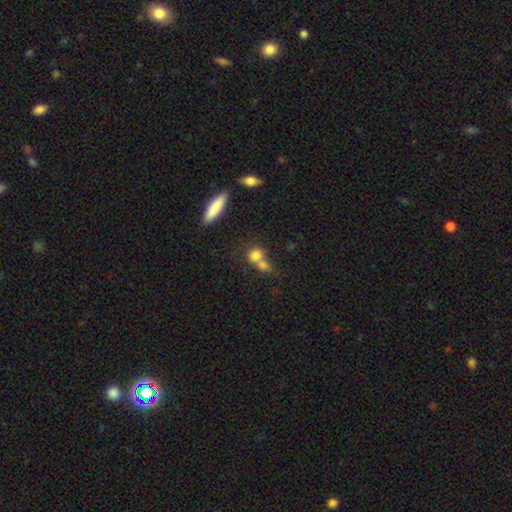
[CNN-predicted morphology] smooth-or-featured: smooth: 77% | featured or disk: 12% | star or artifact: 11%
  how-rounded: round: 67% | in between: 29% | cigar-shaped: 5%
  merging: merger: 53% | none: 36% | minor disturbance: 8% | major disturbance: 4%